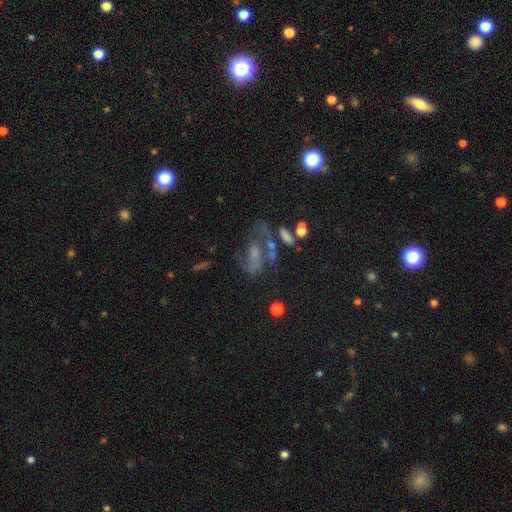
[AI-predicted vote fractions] smooth_or_featured: featured or disk (p=0.47) [alt: star or artifact p=0.27]
merging: none (p=0.38) [alt: major disturbance p=0.26]